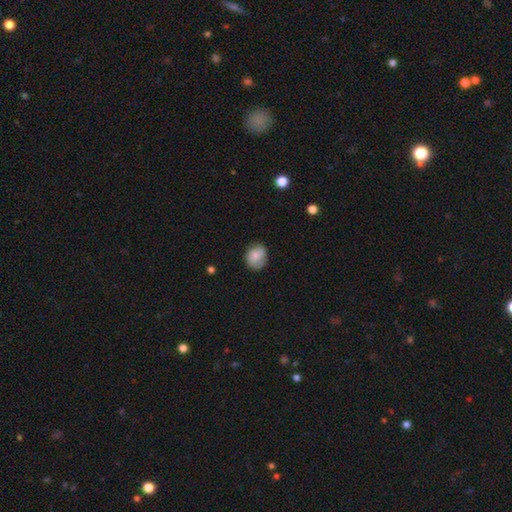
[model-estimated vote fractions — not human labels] Morphology: type=smooth (74%); roundness=round (66%); merging=none (68%).